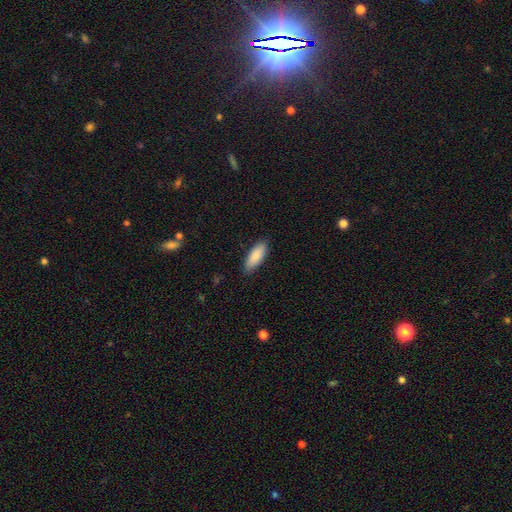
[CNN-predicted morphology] Overall: smooth (87%). How rounded: in between (72%). Merging: none (84%).